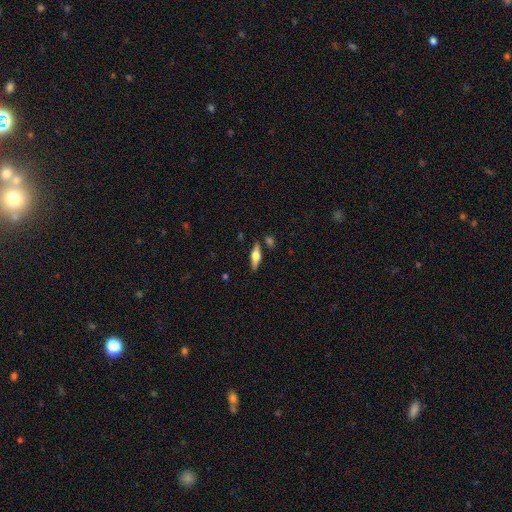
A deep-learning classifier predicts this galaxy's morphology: Overall: featured or disk (55%; smooth 39%). Edge-on disk: yes (94%). Edge-on bulge: rounded (91%). Merging: none (83%).